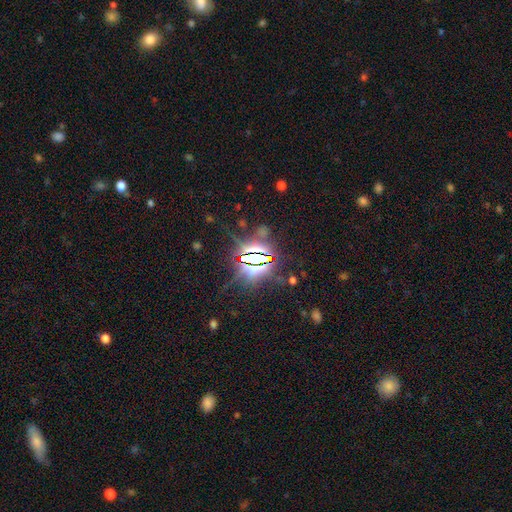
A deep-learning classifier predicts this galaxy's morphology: star or artifact 81%, smooth 11%, featured or disk 9%.